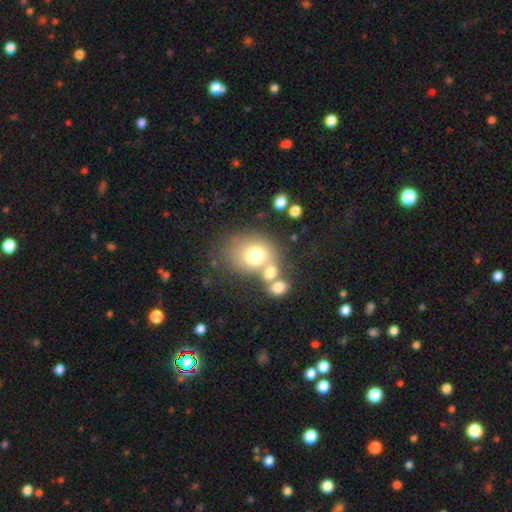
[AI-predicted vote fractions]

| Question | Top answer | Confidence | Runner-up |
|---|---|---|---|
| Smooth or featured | smooth | 70% | featured or disk (18%) |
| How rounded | round | 64% | in between (35%) |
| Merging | none | 43% | merger (37%) |